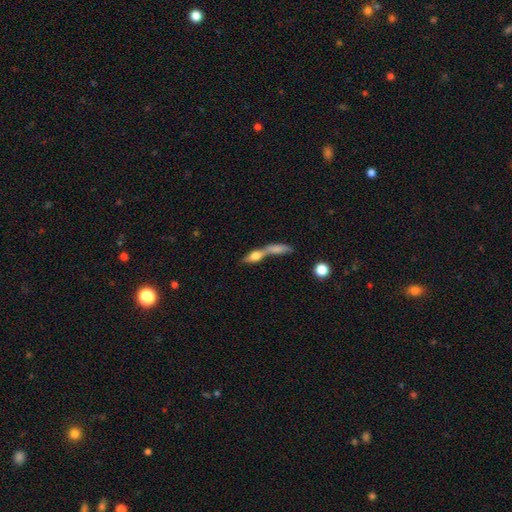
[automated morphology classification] type=smooth (59%); roundness=in between (49%); merging=merger (66%).